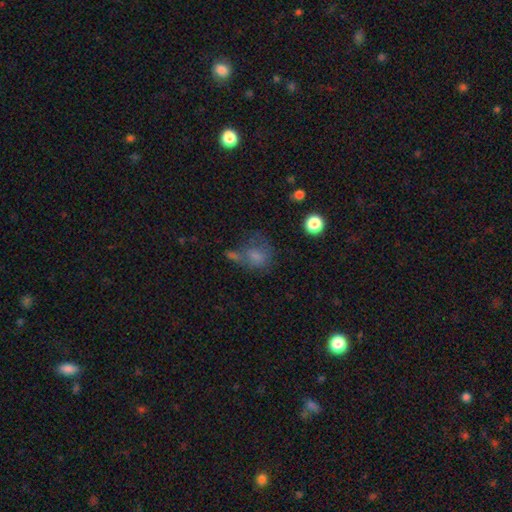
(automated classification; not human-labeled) Smooth or featured: smooth — 68% (featured or disk — 18%)
How rounded: round — 55% (in between — 43%)
Merging: none — 34% (major disturbance — 25%)